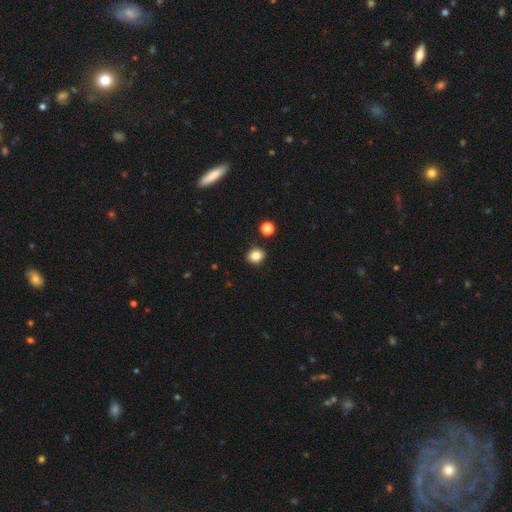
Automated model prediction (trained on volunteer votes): smooth 85%, star or artifact 11%, featured or disk 4%. Down the decision tree: how rounded — round (65%); merging — none (87%).